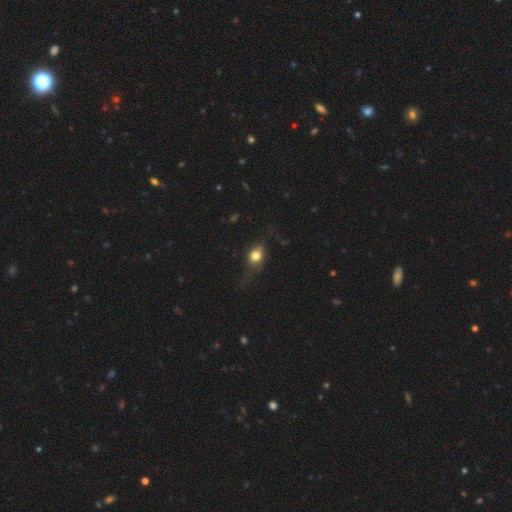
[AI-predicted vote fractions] A smooth galaxy with no disk features (62%) that is round (52%).

Vote fractions:
- Smooth or featured? smooth: 62% / featured or disk: 26% / star or artifact: 11%
- How rounded? round: 52% / in between: 43% / cigar-shaped: 6%
- Merging? none: 58% / minor disturbance: 23% / major disturbance: 17% / merger: 2%